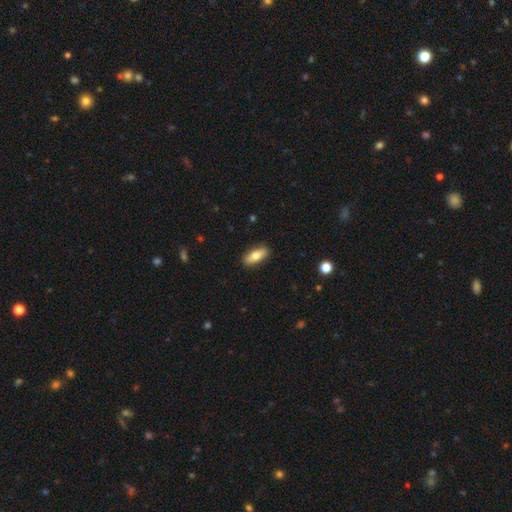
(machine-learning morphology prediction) A smooth galaxy with no disk features (77%) that is in between round and cigar-shaped (77%). Merging: none (88%).